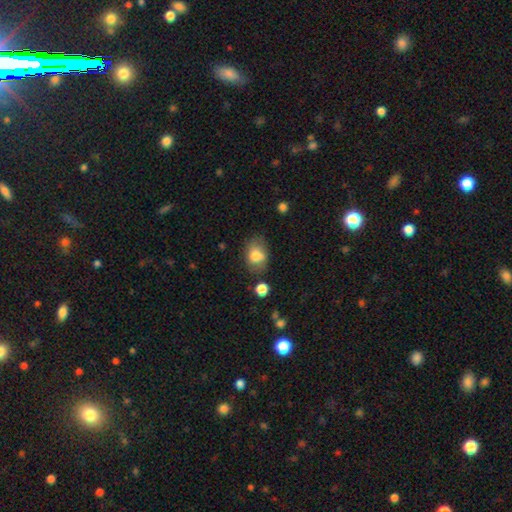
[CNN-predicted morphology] smooth_or_featured: smooth (p=0.79) [alt: featured or disk p=0.13]
how_rounded: in between (p=0.70) [alt: round p=0.28]
merging: none (p=0.59) [alt: minor disturbance p=0.25]